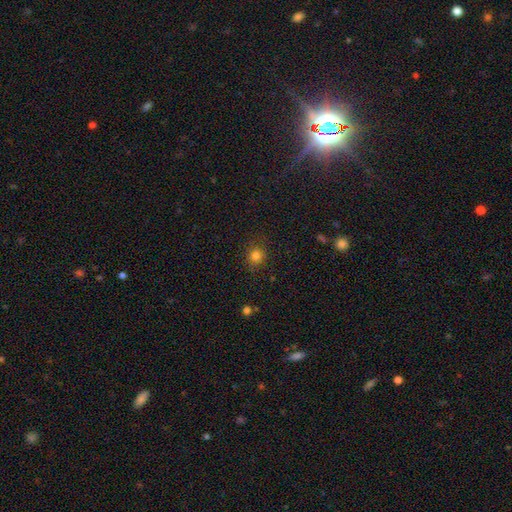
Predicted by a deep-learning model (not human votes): This is clearly a smooth galaxy (81%). How rounded: clearly round (85%). Merging: clearly none (85%).